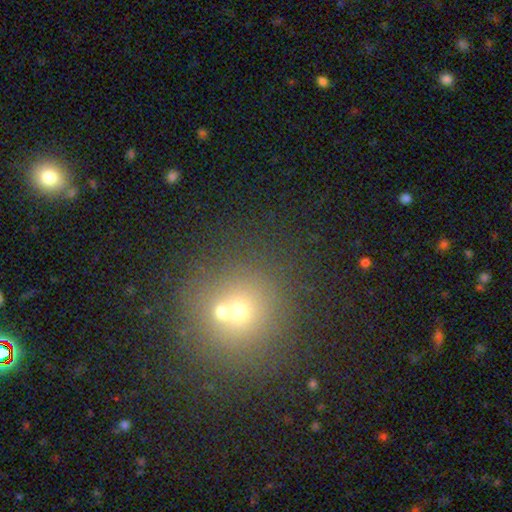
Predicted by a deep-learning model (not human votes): The model was most divided on "smooth or featured": smooth: 53%, star or artifact: 36%, featured or disk: 11%. More confident: how rounded — round (87%); merging — none (83%).